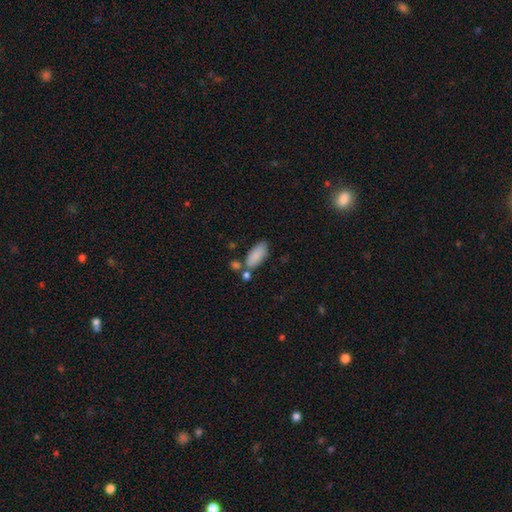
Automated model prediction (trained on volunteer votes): This is clearly a smooth galaxy (86%). How rounded: clearly in between (85%). Merging: likely none (60%).